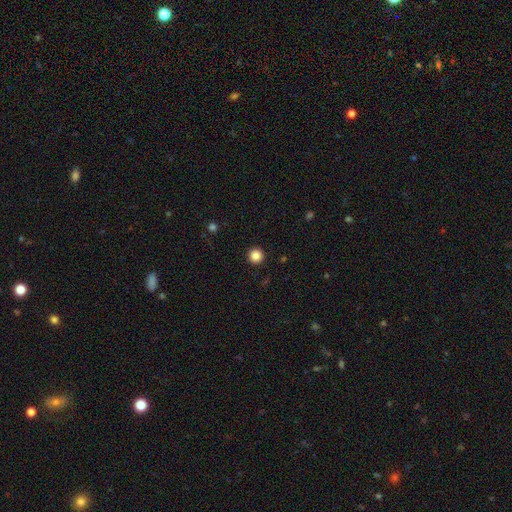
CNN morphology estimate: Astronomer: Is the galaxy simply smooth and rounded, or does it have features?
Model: smooth — 86%.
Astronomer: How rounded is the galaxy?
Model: round — 96%.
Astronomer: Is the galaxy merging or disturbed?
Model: none — 94%.